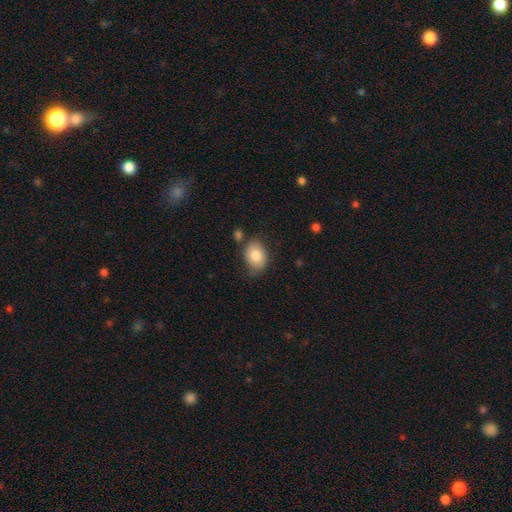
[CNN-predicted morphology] Smooth or featured: smooth — 81% (featured or disk — 12%)
How rounded: in between — 72% (round — 27%)
Merging: none — 70% (minor disturbance — 20%)